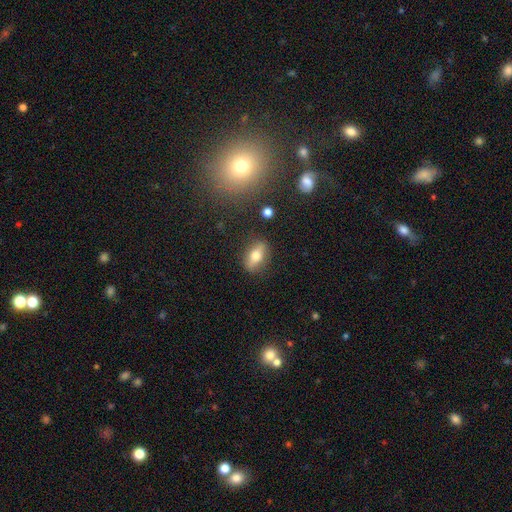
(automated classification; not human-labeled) smooth-or-featured: smooth: 58% | featured or disk: 34% | star or artifact: 9%
  how-rounded: in between: 73% | cigar-shaped: 17% | round: 11%
  merging: none: 84% | minor disturbance: 11% | major disturbance: 3% | merger: 2%